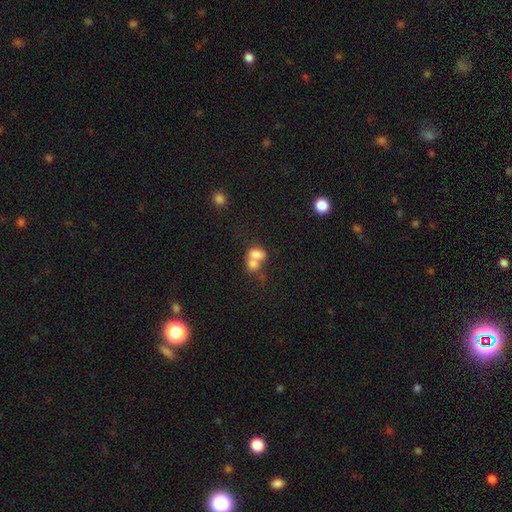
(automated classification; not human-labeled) Smooth or featured: smooth — 73% (featured or disk — 17%)
How rounded: in between — 64% (round — 35%)
Merging: merger — 70% (none — 19%)